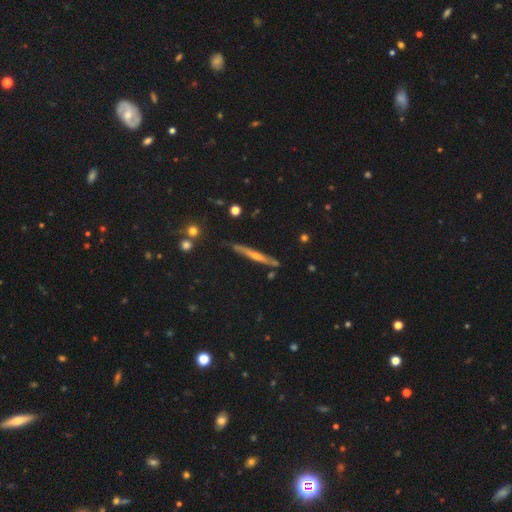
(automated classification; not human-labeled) The model was most divided on "edge-on bulge": rounded: 66%, none: 29%, boxy: 5%. More confident: edge-on disk — yes (96%); merging — none (84%); smooth or featured — featured or disk (66%).